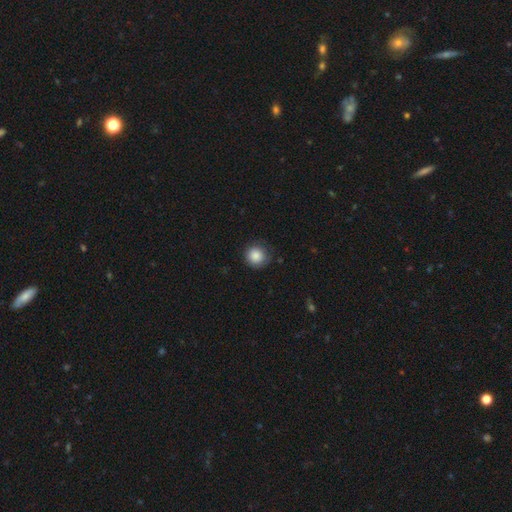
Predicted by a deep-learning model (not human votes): This appears to be a smooth galaxy with no disk features (87%) that is round (93%). Merging: none (81%).